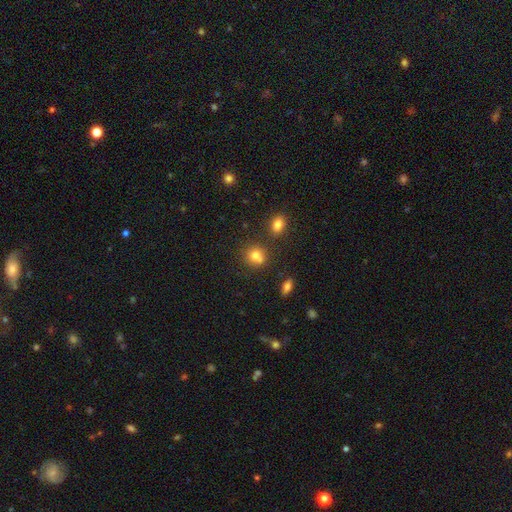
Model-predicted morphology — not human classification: smooth_or_featured: smooth (p=0.76) [alt: star or artifact p=0.13]
how_rounded: round (p=0.79) [alt: in between p=0.20]
merging: none (p=0.54) [alt: merger p=0.31]